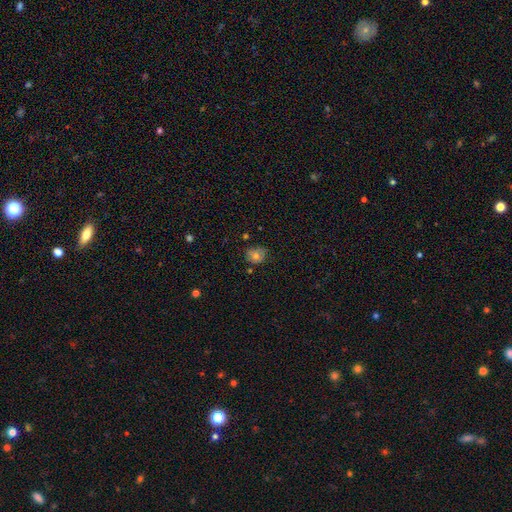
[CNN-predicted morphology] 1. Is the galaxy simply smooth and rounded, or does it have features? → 65% smooth, 23% featured or disk, 12% star or artifact.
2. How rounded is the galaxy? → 68% round, 31% in between, 1% cigar-shaped.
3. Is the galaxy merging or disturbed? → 68% none, 23% minor disturbance, 5% major disturbance, 3% merger.